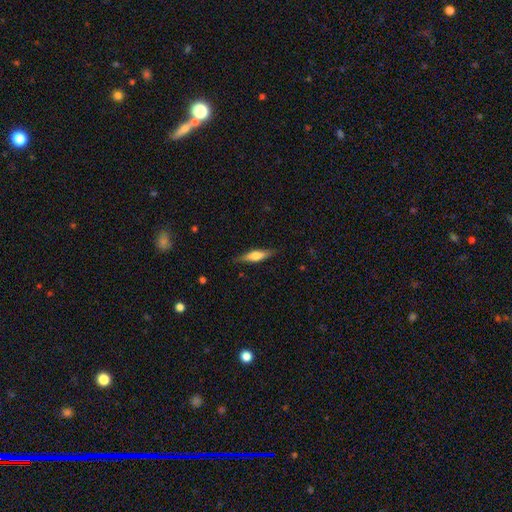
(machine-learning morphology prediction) The model was most divided on "smooth or featured": smooth: 50%, featured or disk: 44%, star or artifact: 6%. More confident: merging — none (83%); how rounded — cigar-shaped (66%).